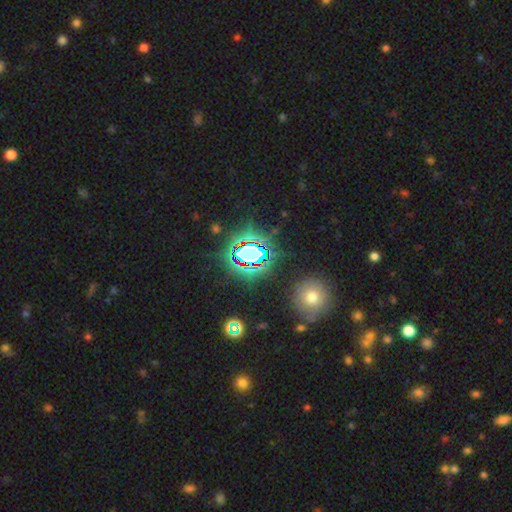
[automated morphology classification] This is likely a star or artifact rather than a galaxy (76%).